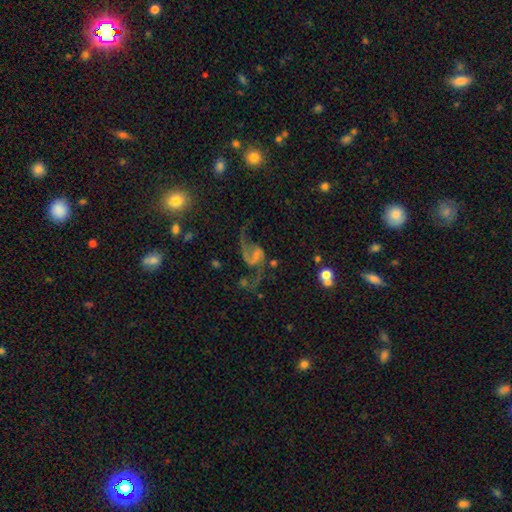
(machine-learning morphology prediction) This appears to be a featured or disk galaxy (81%) with a weak bar (45%), 2 (87%) loose (70%) spiral arms (92%) and a small central bulge (46%). Merging: none (52%).